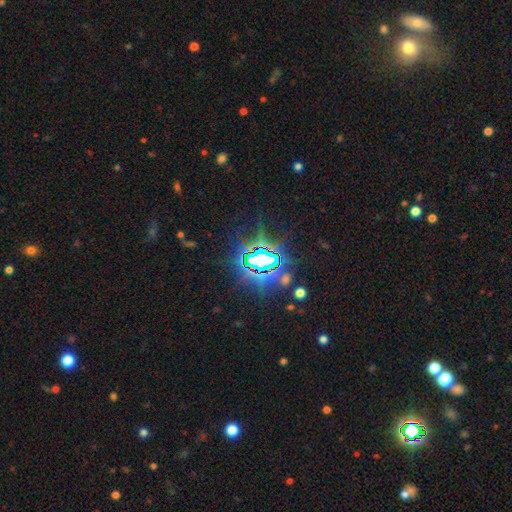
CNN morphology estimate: Smooth or featured? Predicted: star or artifact (p=0.83).